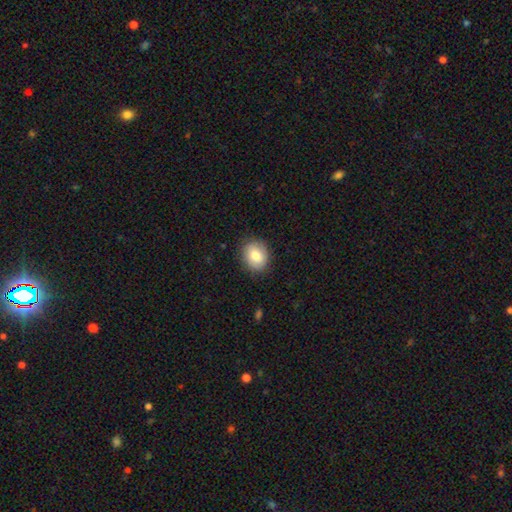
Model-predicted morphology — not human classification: type=smooth (81%); roundness=round (53%); merging=none (87%).